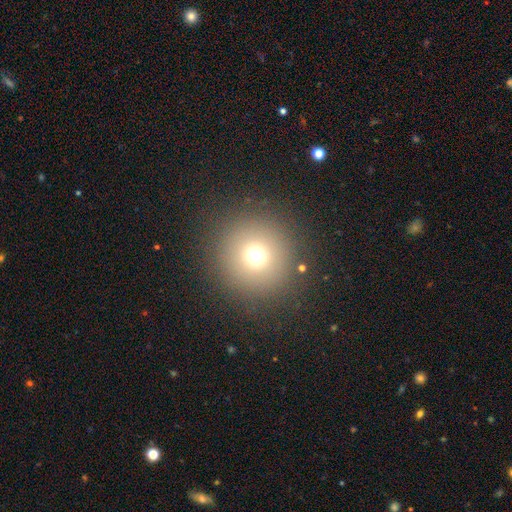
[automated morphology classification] Smooth or featured: smooth — 71% (star or artifact — 19%)
How rounded: round — 96% (in between — 3%)
Merging: none — 89% (minor disturbance — 5%)